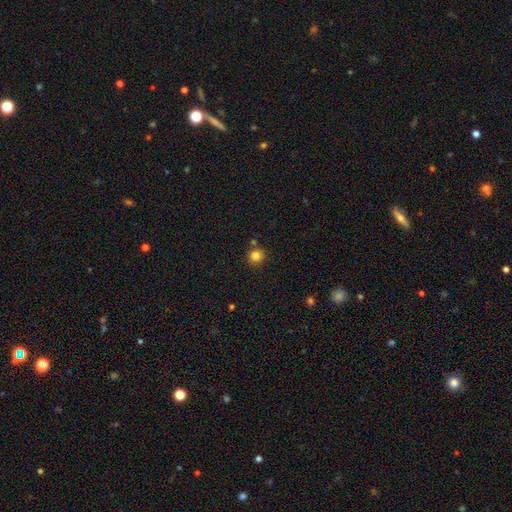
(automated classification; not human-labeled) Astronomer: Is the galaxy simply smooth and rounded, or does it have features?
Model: smooth — 83%.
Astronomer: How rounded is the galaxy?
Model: round — 90%.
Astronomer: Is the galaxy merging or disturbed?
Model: none — 81%.